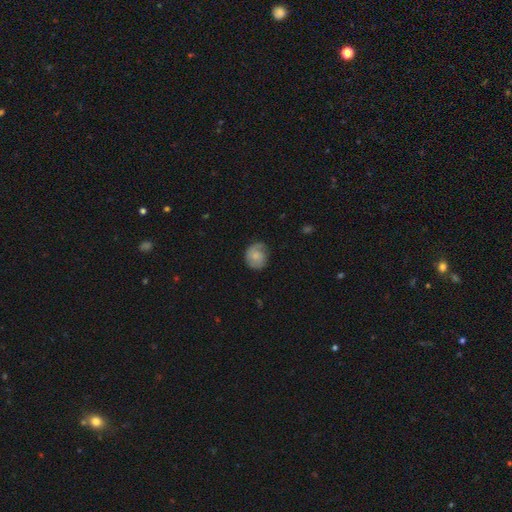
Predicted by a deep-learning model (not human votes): Smooth or featured? smooth (59%)
How rounded? round (72%)
Merging? none (61%)